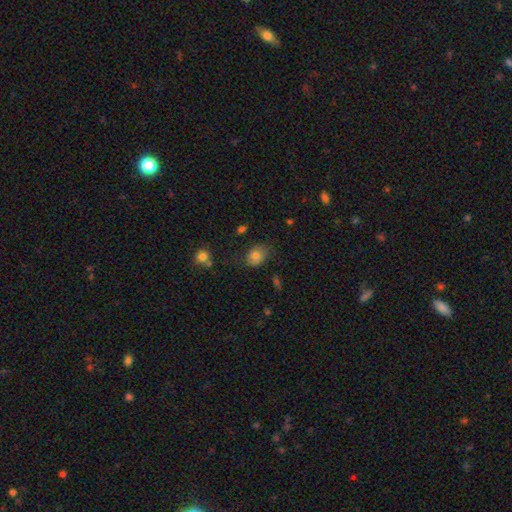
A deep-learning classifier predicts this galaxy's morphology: A smooth galaxy with no disk features (76%) that is in between round and cigar-shaped (68%). Merging: none (64%).